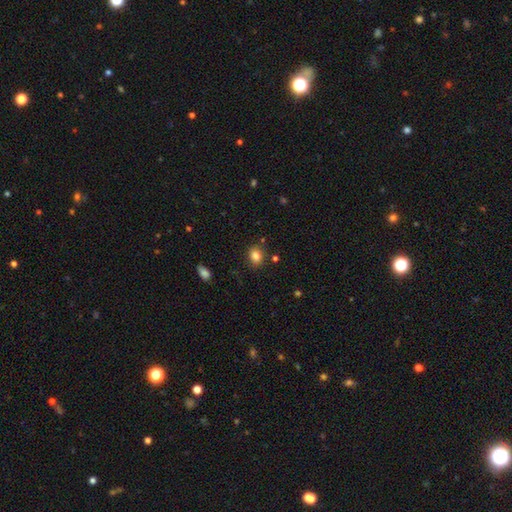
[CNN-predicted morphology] The model was most divided on "how rounded": in between: 51%, round: 48%, cigar-shaped: 1%. More confident: smooth or featured — smooth (83%); merging — none (83%).